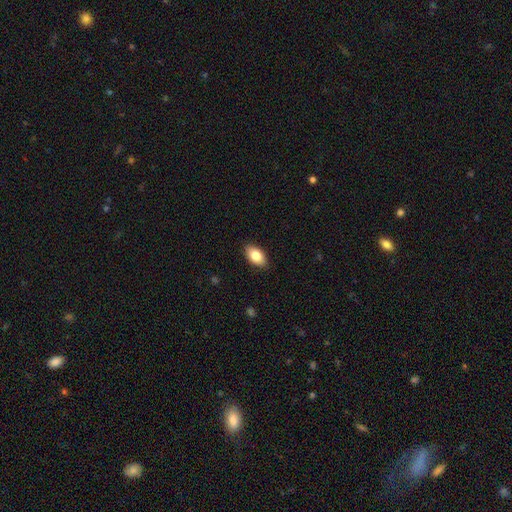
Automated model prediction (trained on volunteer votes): Smooth or featured: smooth — 83% (featured or disk — 10%)
How rounded: in between — 93% (round — 5%)
Merging: none — 88% (minor disturbance — 9%)